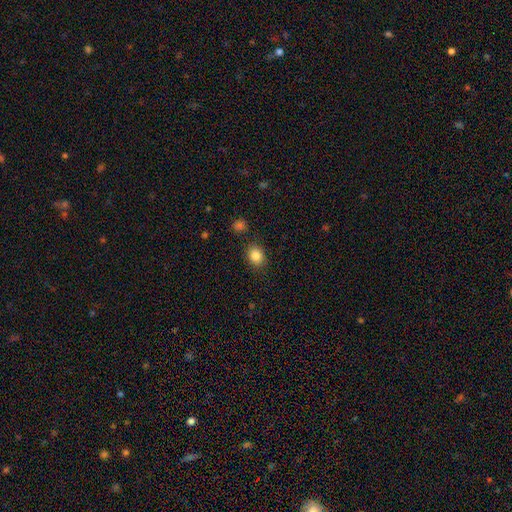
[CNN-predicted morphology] A smooth galaxy with no disk features (85%) that is round (59%). Merging: none (86%).